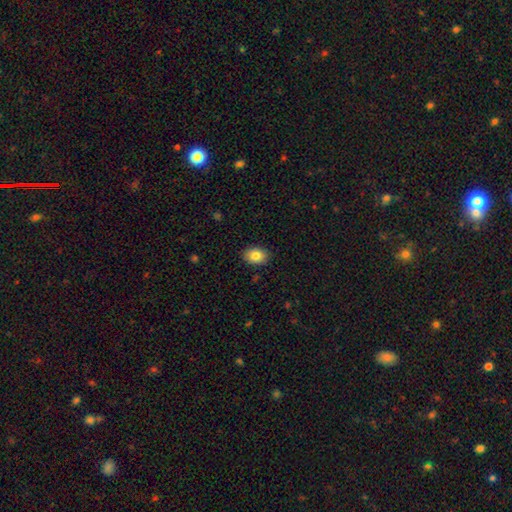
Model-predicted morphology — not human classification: This is clearly a smooth galaxy (84%). How rounded: likely in between (72%). Merging: clearly none (89%).